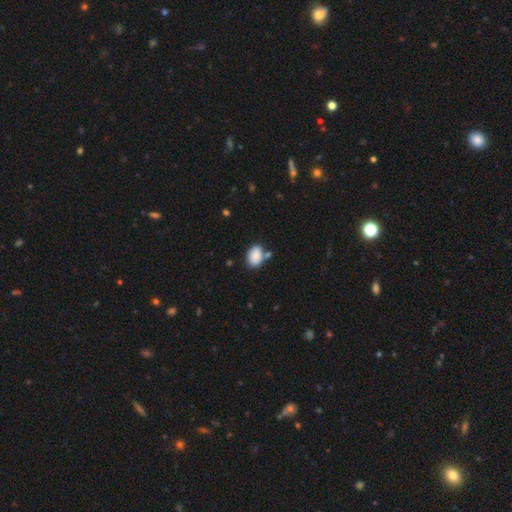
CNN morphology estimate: Smooth or featured?
  - smooth: 85% *
  - star or artifact: 7%
  - featured or disk: 7%
How rounded?
  - in between: 84% *
  - round: 15%
  - cigar-shaped: 1%
Merging?
  - none: 61% *
  - merger: 17%
  - minor disturbance: 17%
  - major disturbance: 4%